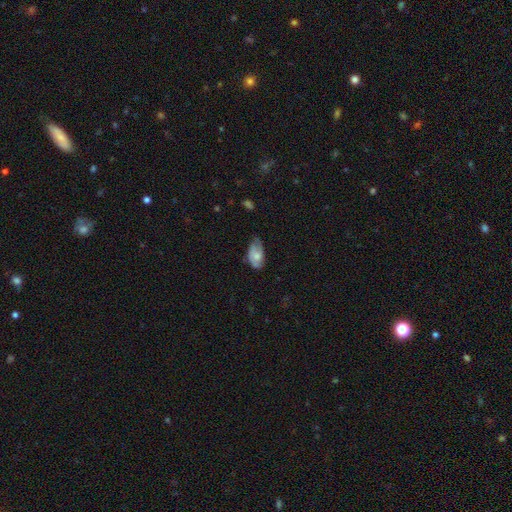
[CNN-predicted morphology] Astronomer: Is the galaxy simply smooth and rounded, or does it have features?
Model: smooth — 61%.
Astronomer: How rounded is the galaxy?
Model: in between — 92%.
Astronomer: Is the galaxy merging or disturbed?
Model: none — 47% (runner-up: minor disturbance, 39%).